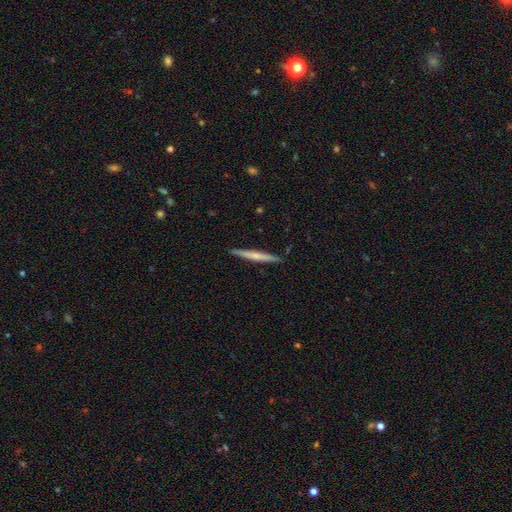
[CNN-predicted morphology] This is possibly a featured or disk galaxy (49%). Merging: clearly none (91%).